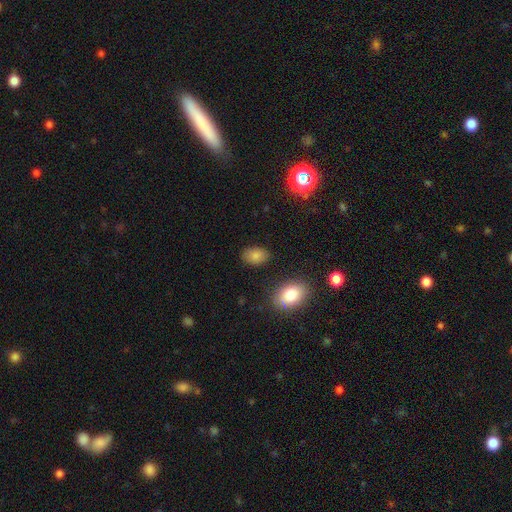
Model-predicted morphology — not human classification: A smooth galaxy with no disk features (84%) that is in between round and cigar-shaped (85%).

Vote fractions:
- Smooth or featured? smooth: 84% / star or artifact: 10% / featured or disk: 6%
- How rounded? in between: 85% / round: 14% / cigar-shaped: 1%
- Merging? none: 83% / minor disturbance: 12% / major disturbance: 3% / merger: 2%